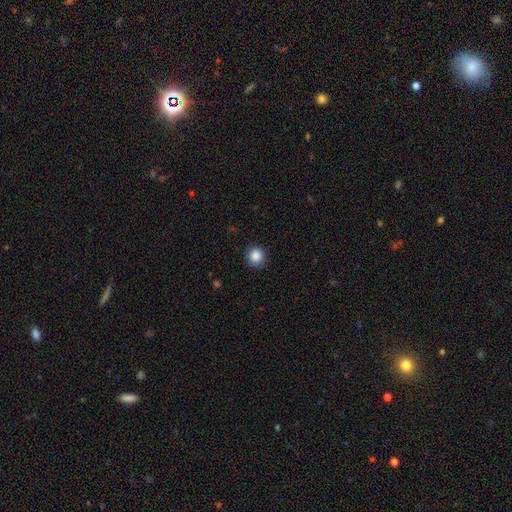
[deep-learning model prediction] The model was most divided on "smooth or featured": smooth: 87%, star or artifact: 10%, featured or disk: 4%. More confident: how rounded — round (91%); merging — none (90%).